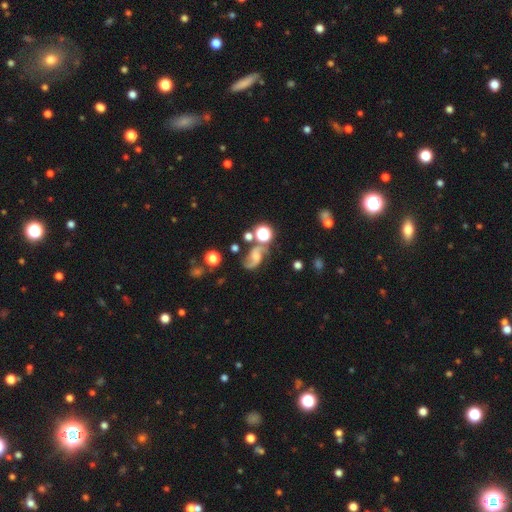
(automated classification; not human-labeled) smooth_or_featured: featured or disk (p=0.77) [alt: smooth p=0.12]
disk_edge_on: no (p=0.97) [alt: yes p=0.03]
bar: no (p=0.53) [alt: weak p=0.37]
has_spiral_arms: yes (p=0.95) [alt: no p=0.05]
spiral_winding: loose (p=0.46) [alt: medium p=0.43]
spiral_arm_count: 2 (p=0.90) [alt: 1 p=0.04]
bulge_size: small (p=0.38) [alt: moderate p=0.34]
merging: none (p=0.57) [alt: minor disturbance p=0.18]